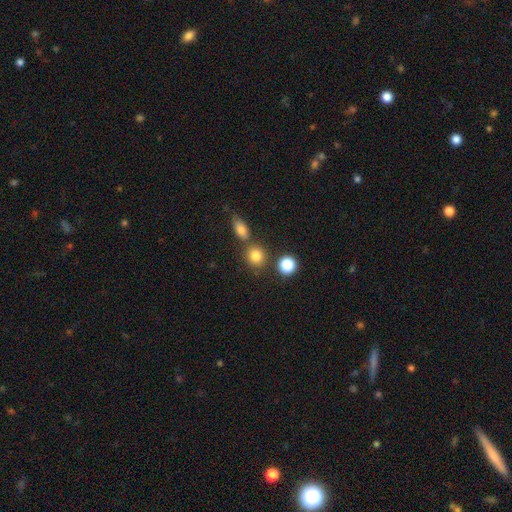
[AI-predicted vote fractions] Q: Smooth or featured?
A: smooth (80%); runner-up: star or artifact (13%)
Q: How rounded?
A: round (82%); runner-up: in between (17%)
Q: Merging?
A: none (69%); runner-up: merger (18%)